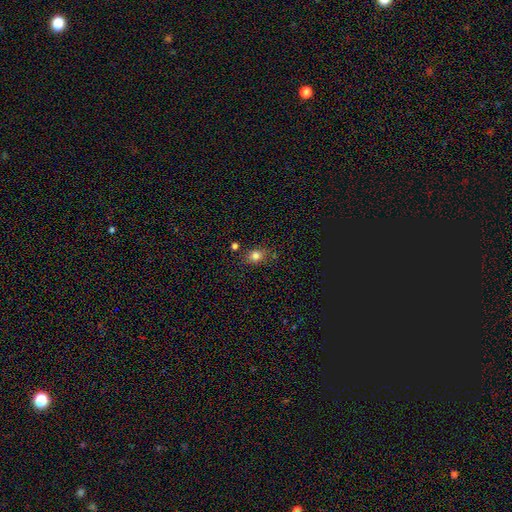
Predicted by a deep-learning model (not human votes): This is clearly a smooth galaxy (80%). How rounded: possibly round (55%). Merging: likely none (75%).